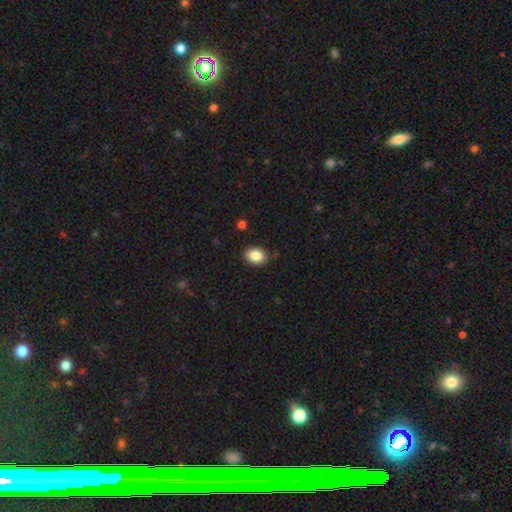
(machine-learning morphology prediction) This appears to be a smooth galaxy with no disk features (86%) that is in between round and cigar-shaped (67%). Merging: none (84%).